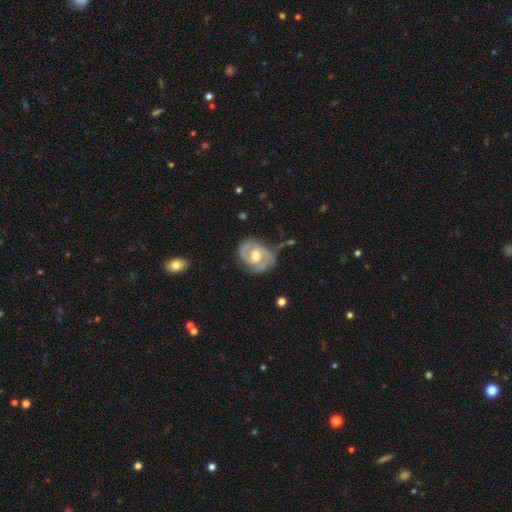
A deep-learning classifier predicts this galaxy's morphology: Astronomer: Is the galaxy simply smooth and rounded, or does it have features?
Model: featured or disk — 83%.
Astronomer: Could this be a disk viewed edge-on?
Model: no — 97%.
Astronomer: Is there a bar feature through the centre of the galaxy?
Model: weak — 46% (runner-up: no, 42%).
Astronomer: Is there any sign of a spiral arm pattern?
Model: yes — 93%.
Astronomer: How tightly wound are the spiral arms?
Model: medium — 45% (runner-up: tight, 42%).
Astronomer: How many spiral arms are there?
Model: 2 — 80%.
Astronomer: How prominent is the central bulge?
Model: moderate — 69%.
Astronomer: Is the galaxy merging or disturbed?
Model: none — 62%.